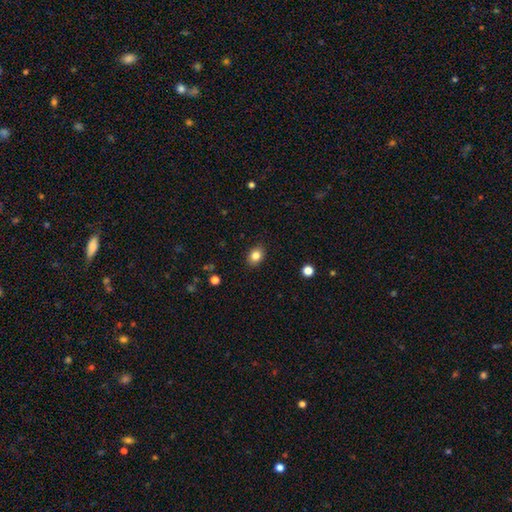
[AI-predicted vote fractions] Smooth or featured?
  - smooth: 83% *
  - star or artifact: 10%
  - featured or disk: 7%
How rounded?
  - in between: 61% *
  - round: 38%
  - cigar-shaped: 1%
Merging?
  - none: 88% *
  - minor disturbance: 8%
  - major disturbance: 2%
  - merger: 1%